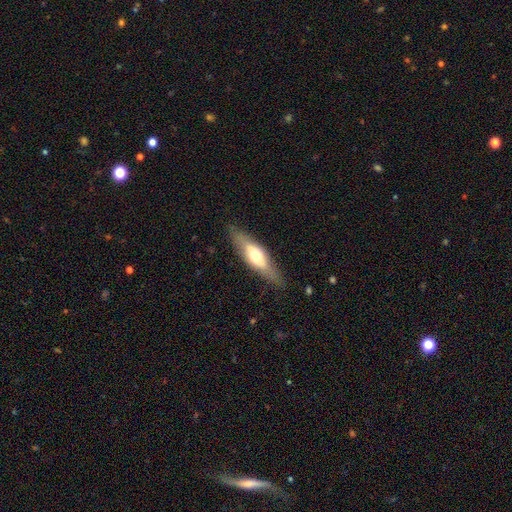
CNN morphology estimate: Smooth or featured? featured or disk (47%, tied with smooth)
Merging? none (83%)